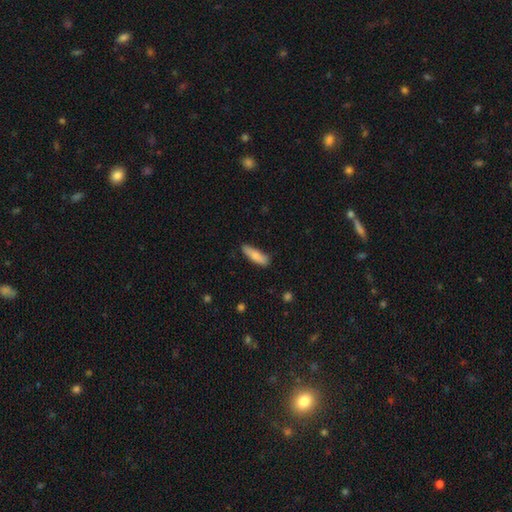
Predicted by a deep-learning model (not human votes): Q: Smooth or featured?
A: smooth (81%); runner-up: featured or disk (13%)
Q: How rounded?
A: cigar-shaped (59%); runner-up: in between (40%)
Q: Merging?
A: none (75%); runner-up: minor disturbance (19%)